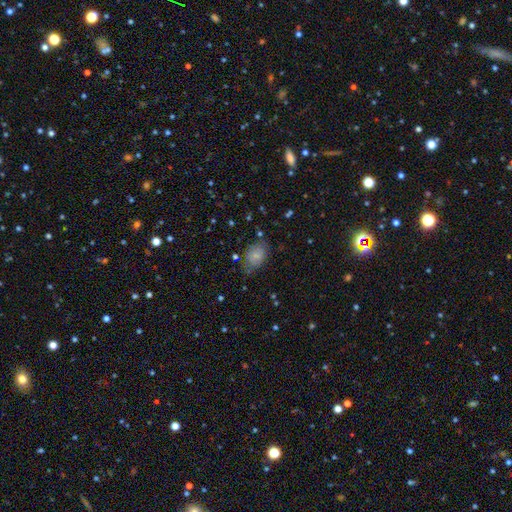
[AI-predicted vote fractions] Q: Smooth or featured?
A: smooth (75%); runner-up: featured or disk (15%)
Q: How rounded?
A: in between (78%); runner-up: round (21%)
Q: Merging?
A: none (65%); runner-up: minor disturbance (25%)